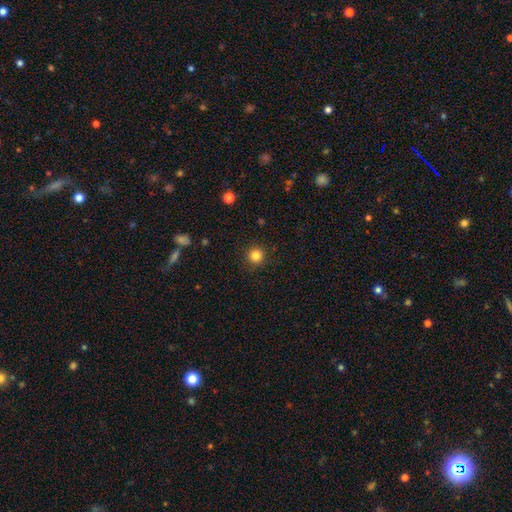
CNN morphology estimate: Smooth or featured? smooth (83%)
How rounded? round (94%)
Merging? none (91%)